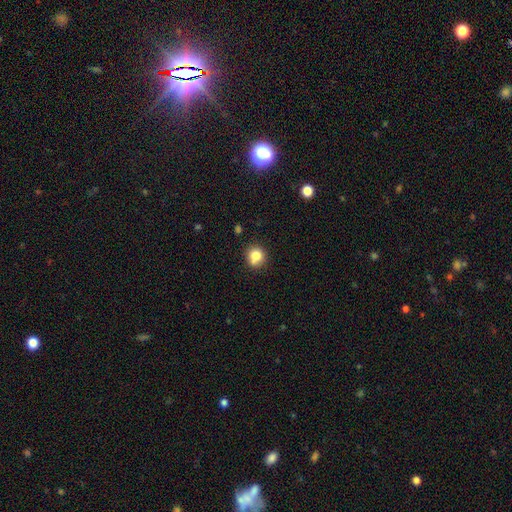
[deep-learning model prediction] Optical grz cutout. It shows a smooth galaxy with no disk features (80%) that is round (85%). Merging: none (68%).